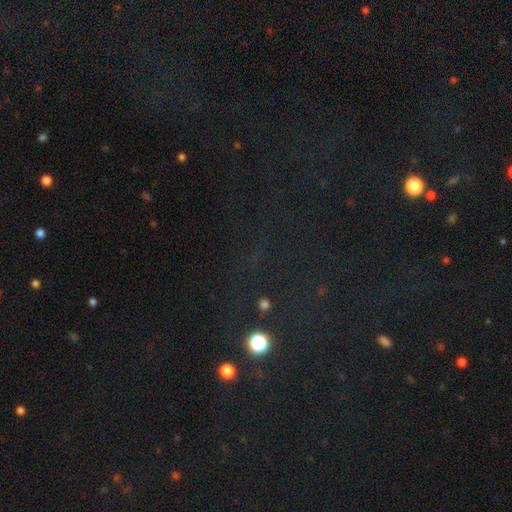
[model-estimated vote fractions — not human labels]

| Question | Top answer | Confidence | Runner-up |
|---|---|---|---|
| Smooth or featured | star or artifact | 73% | smooth (18%) |